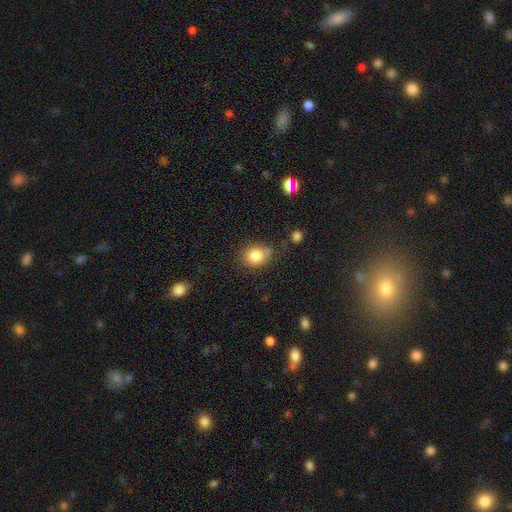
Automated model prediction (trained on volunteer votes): Q: Smooth or featured?
A: smooth (82%); runner-up: star or artifact (10%)
Q: How rounded?
A: round (62%); runner-up: in between (37%)
Q: Merging?
A: none (60%); runner-up: minor disturbance (23%)